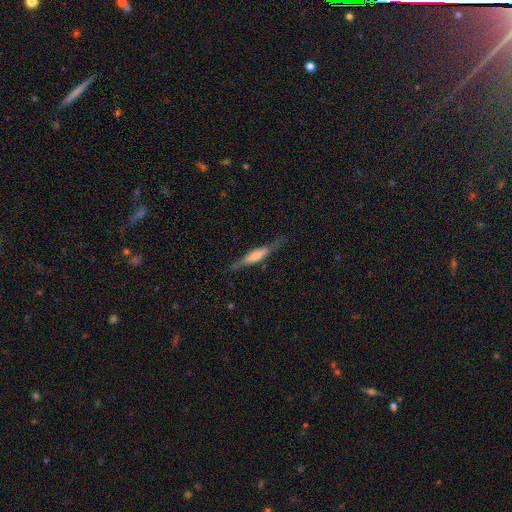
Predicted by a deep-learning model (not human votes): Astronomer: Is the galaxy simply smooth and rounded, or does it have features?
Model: featured or disk — 53% (runner-up: smooth, 40%).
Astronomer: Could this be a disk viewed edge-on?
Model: yes — 93%.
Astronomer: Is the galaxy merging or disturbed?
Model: none — 78%.